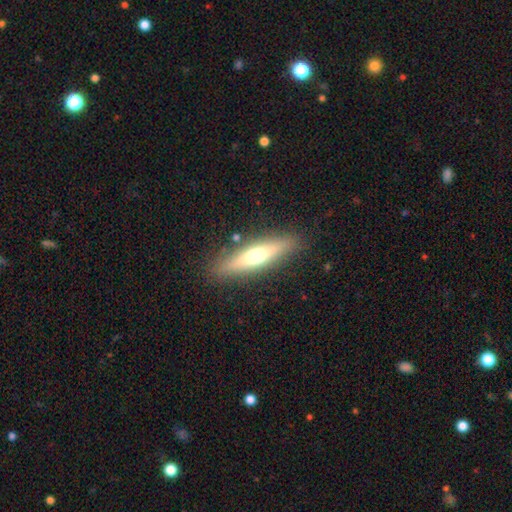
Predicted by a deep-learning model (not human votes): Smooth or featured: smooth — 47% (featured or disk — 46%)
Merging: none — 87% (minor disturbance — 9%)